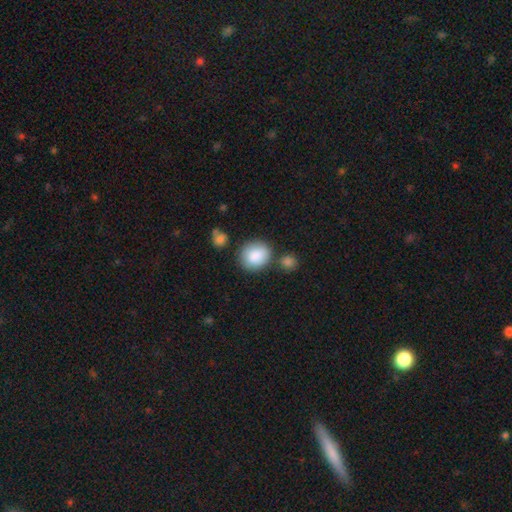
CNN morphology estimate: smooth_or_featured: smooth (p=0.87) [alt: star or artifact p=0.07]
how_rounded: round (p=0.73) [alt: in between p=0.26]
merging: none (p=0.71) [alt: minor disturbance p=0.13]